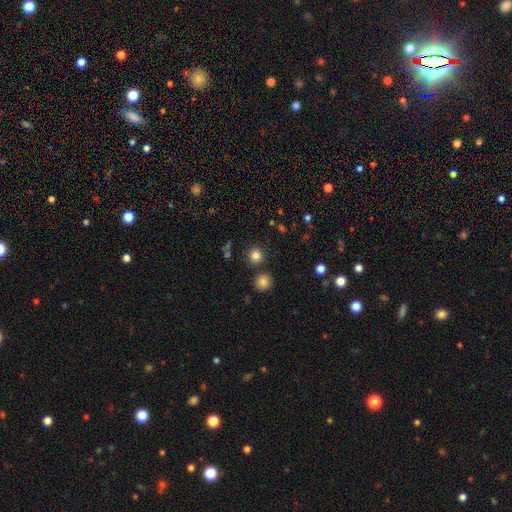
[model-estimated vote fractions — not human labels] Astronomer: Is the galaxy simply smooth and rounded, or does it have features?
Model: smooth — 82%.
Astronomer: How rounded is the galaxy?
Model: round — 93%.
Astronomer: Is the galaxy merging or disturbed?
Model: none — 85%.